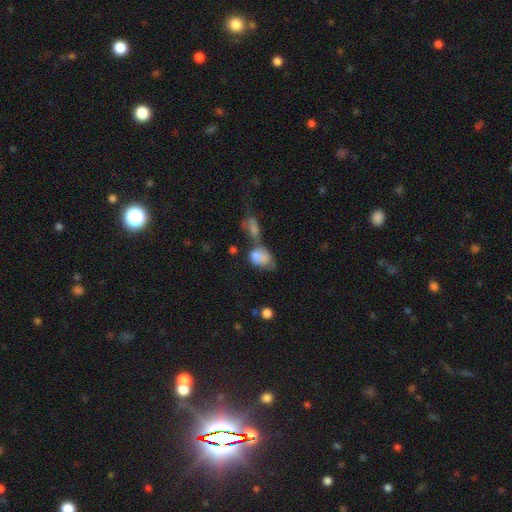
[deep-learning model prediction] Smooth or featured? Predicted: smooth (p=0.78). How rounded? Predicted: in between (p=0.85). Merging? Predicted: merger (p=0.54).